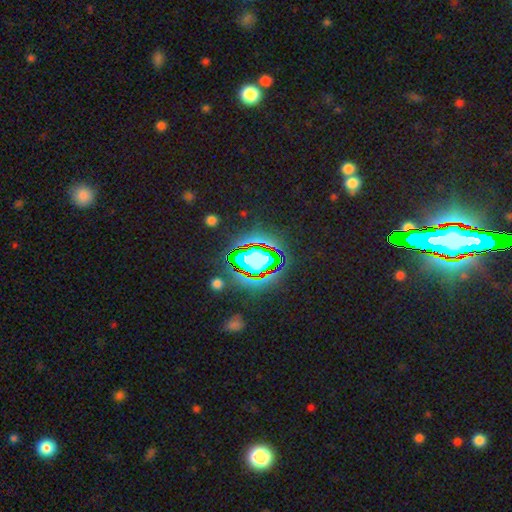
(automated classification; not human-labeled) The model was most divided on "smooth or featured": star or artifact: 76%, smooth: 15%, featured or disk: 10%.